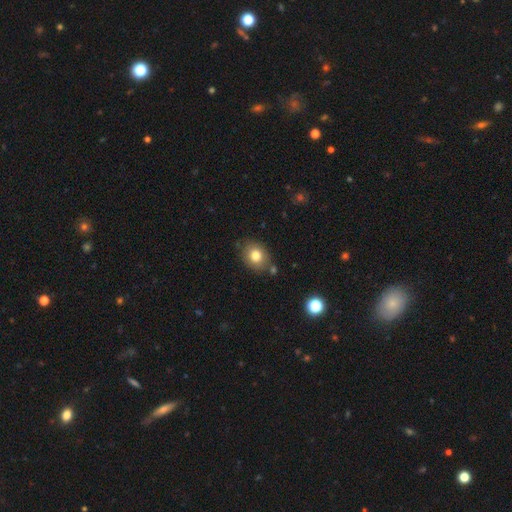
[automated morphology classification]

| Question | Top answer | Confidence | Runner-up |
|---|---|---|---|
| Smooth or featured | smooth | 79% | featured or disk (11%) |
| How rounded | round | 53% | in between (46%) |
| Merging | none | 77% | minor disturbance (14%) |